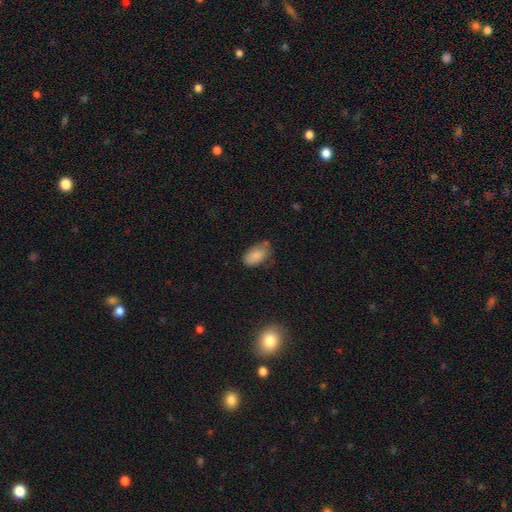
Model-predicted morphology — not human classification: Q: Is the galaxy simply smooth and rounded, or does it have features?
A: smooth — 85%.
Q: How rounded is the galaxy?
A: in between — 93%.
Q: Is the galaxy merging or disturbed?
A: none — 58%.